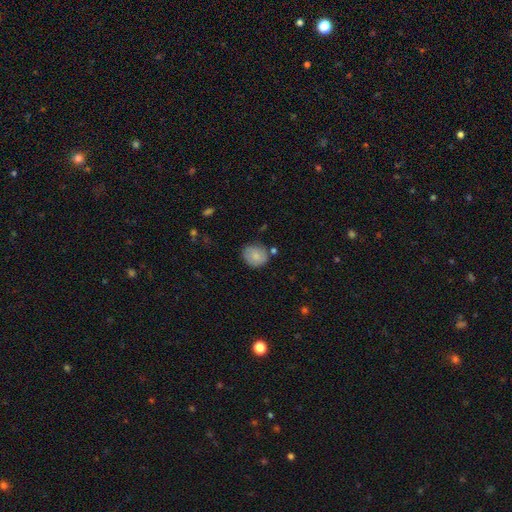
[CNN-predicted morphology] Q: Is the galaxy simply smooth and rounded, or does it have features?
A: smooth — 77%.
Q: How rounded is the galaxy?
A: round — 70%.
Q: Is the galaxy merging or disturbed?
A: none — 73%.